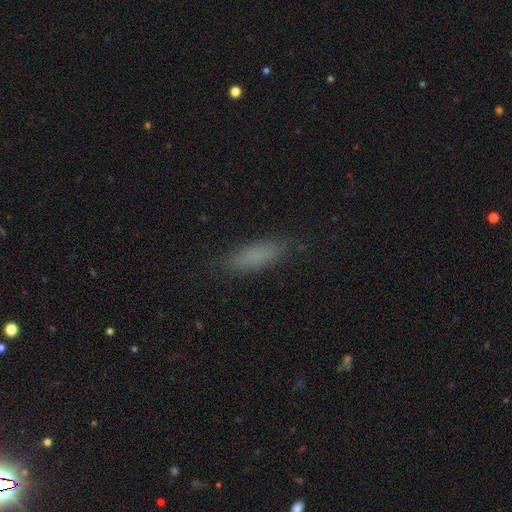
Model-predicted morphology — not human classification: smooth 80%, star or artifact 11%, featured or disk 9%. Down the decision tree: how rounded — cigar-shaped (56%); merging — none (84%).